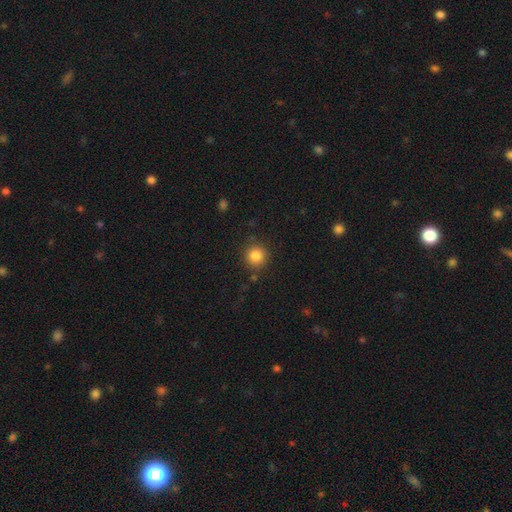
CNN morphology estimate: Q: Smooth or featured?
A: smooth (84%); runner-up: star or artifact (11%)
Q: How rounded?
A: round (93%); runner-up: in between (6%)
Q: Merging?
A: none (87%); runner-up: minor disturbance (8%)